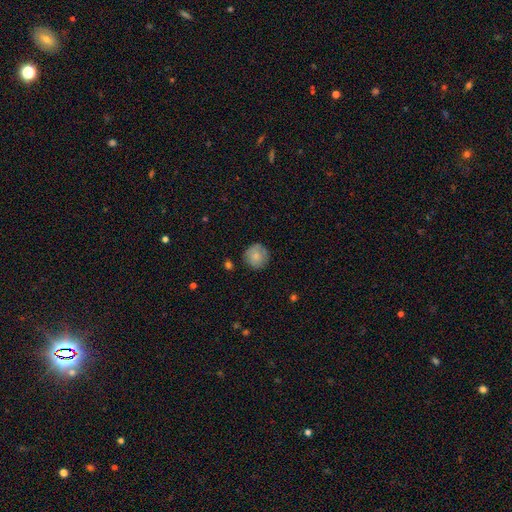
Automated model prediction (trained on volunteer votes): smooth-or-featured: smooth: 79% | featured or disk: 14% | star or artifact: 7%
  how-rounded: round: 94% | in between: 5% | cigar-shaped: 1%
  merging: none: 83% | minor disturbance: 13% | major disturbance: 3% | merger: 2%